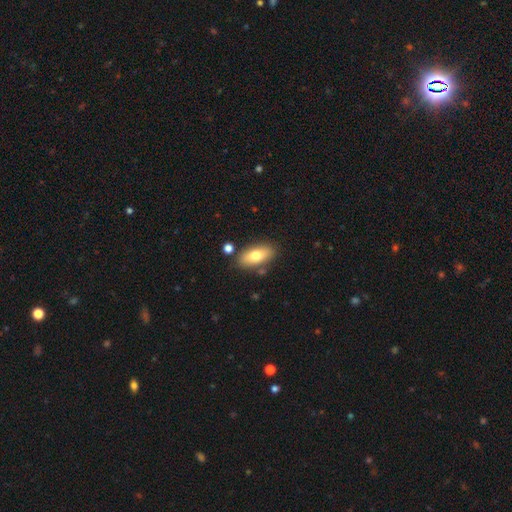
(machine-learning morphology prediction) smooth-or-featured: smooth: 72% | featured or disk: 21% | star or artifact: 7%
  how-rounded: in between: 85% | cigar-shaped: 11% | round: 4%
  merging: none: 80% | minor disturbance: 12% | merger: 6% | major disturbance: 3%